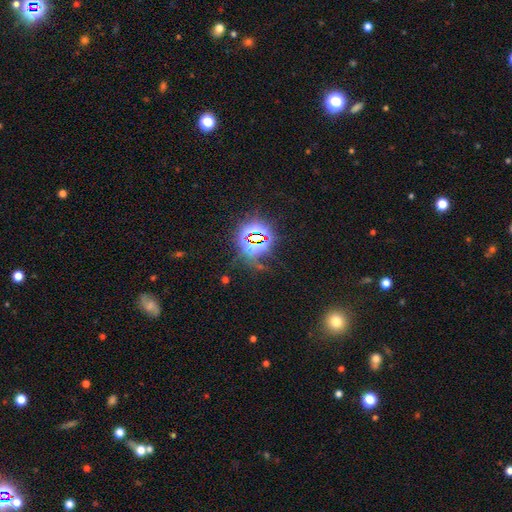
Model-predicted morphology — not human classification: type=star or artifact (76%).